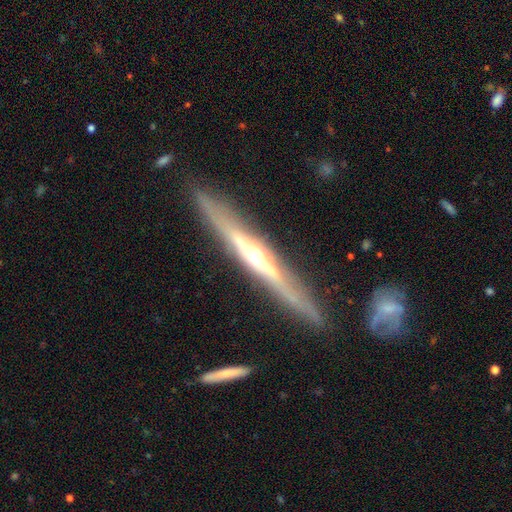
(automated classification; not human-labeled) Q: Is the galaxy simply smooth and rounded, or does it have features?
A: featured or disk — 79%.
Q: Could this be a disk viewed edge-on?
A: yes — 94%.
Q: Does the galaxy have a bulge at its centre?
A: rounded — 85%.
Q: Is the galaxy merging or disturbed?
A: none — 85%.